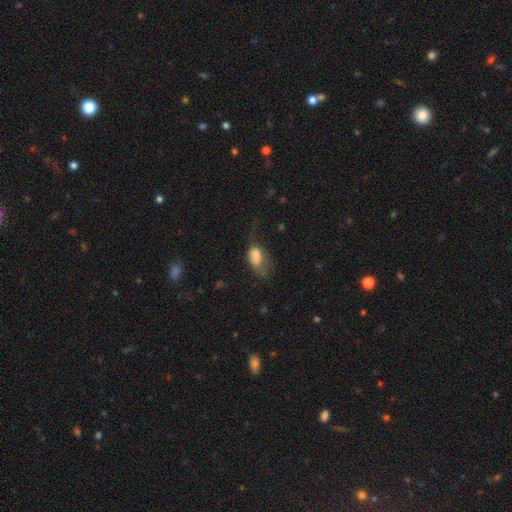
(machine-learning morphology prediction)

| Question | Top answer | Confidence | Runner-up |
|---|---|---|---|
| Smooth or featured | smooth | 79% | featured or disk (13%) |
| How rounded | in between | 90% | round (7%) |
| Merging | major disturbance | 41% | minor disturbance (31%) |